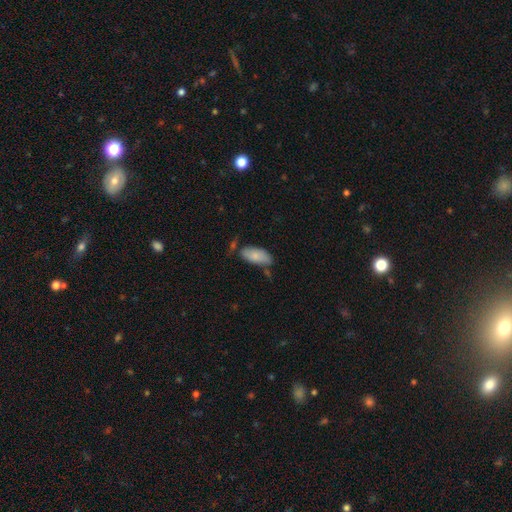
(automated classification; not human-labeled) smooth_or_featured: smooth (p=0.81) [alt: featured or disk p=0.13]
how_rounded: in between (p=0.91) [alt: cigar-shaped p=0.07]
merging: none (p=0.60) [alt: minor disturbance p=0.24]